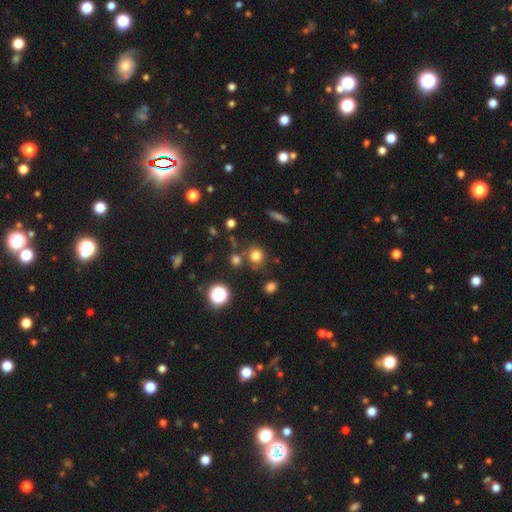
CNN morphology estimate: Overall: smooth (74%). How rounded: round (86%). Merging: none (73%).